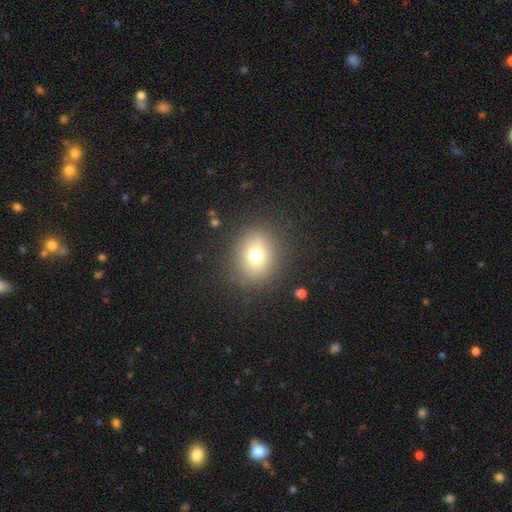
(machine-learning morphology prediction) Smooth or featured? smooth (72%)
How rounded? round (69%)
Merging? none (86%)